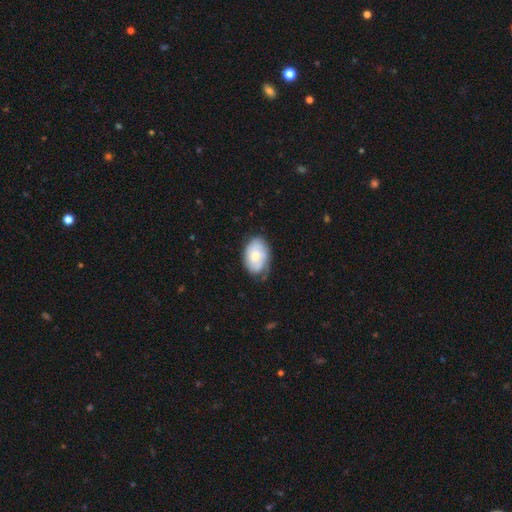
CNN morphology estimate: This appears to be a smooth galaxy with no disk features (52%) that is in between round and cigar-shaped (86%). Merging: none (63%).